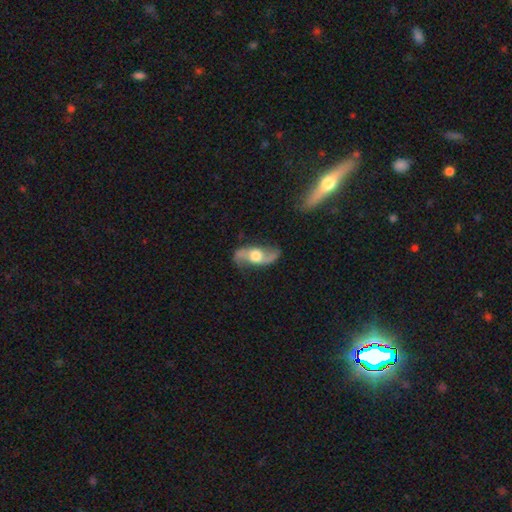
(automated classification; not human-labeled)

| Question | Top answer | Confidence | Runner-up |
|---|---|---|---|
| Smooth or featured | featured or disk | 84% | smooth (11%) |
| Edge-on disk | no | 90% | yes (10%) |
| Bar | no | 62% | weak (28%) |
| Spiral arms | yes | 94% | no (6%) |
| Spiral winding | loose | 72% | medium (22%) |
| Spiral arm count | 2 | 94% | can't tell (2%) |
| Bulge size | moderate | 64% | large (25%) |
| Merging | none | 79% | minor disturbance (14%) |